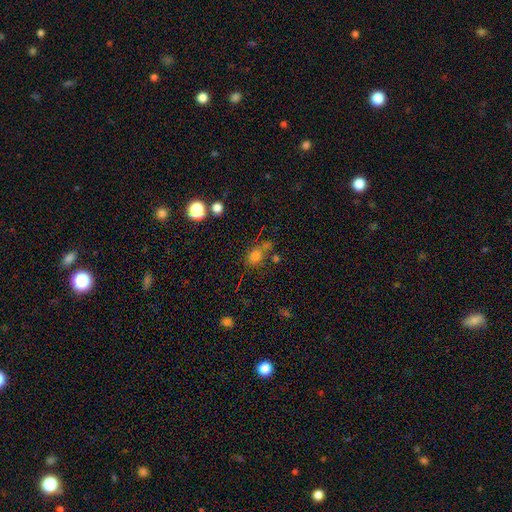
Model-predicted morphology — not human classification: type=smooth (73%); roundness=round (64%); merging=none (56%).